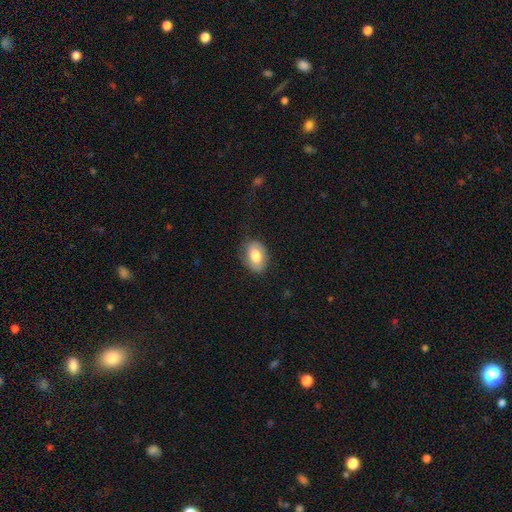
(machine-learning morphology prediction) Smooth or featured: smooth — 73% (featured or disk — 21%)
How rounded: in between — 83% (round — 16%)
Merging: none — 73% (minor disturbance — 20%)